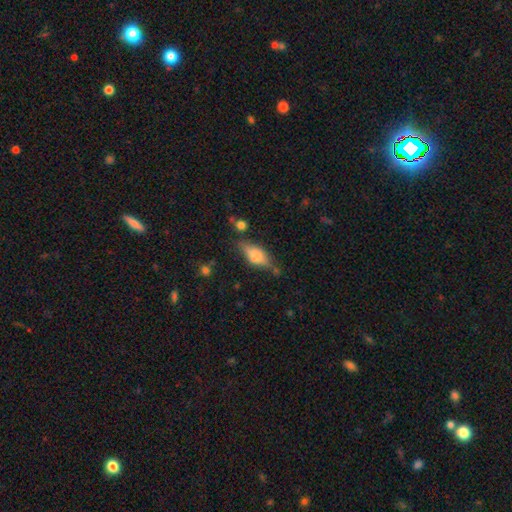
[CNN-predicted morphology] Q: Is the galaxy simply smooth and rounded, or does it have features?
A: smooth — 54%.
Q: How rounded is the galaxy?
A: in between — 71%.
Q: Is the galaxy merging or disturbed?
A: none — 67%.